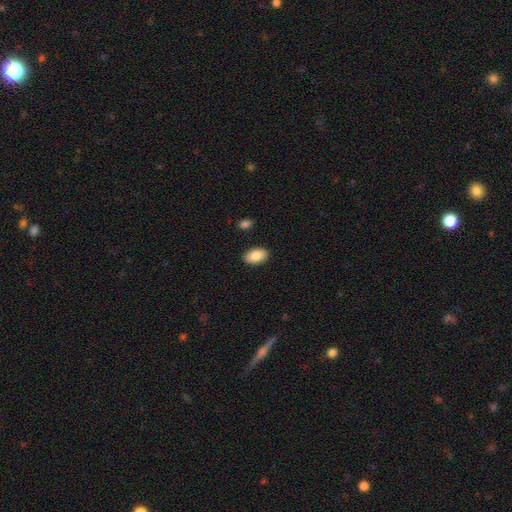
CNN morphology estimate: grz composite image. It shows a smooth galaxy with no disk features (87%) that is in between round and cigar-shaped (93%). Merging: none (89%).